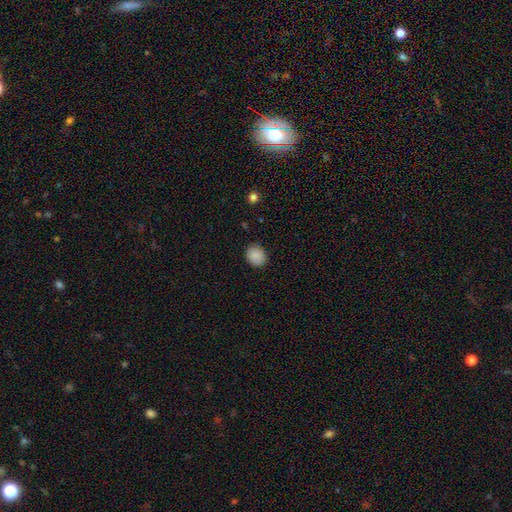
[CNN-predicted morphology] A smooth galaxy with no disk features (87%) that is round (71%). Merging: none (87%).